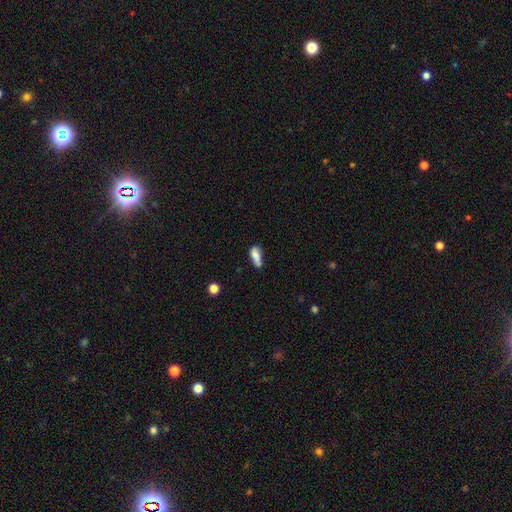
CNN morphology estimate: A smooth galaxy with no disk features (74%) that is in between round and cigar-shaped (76%). Merging: none (39%).